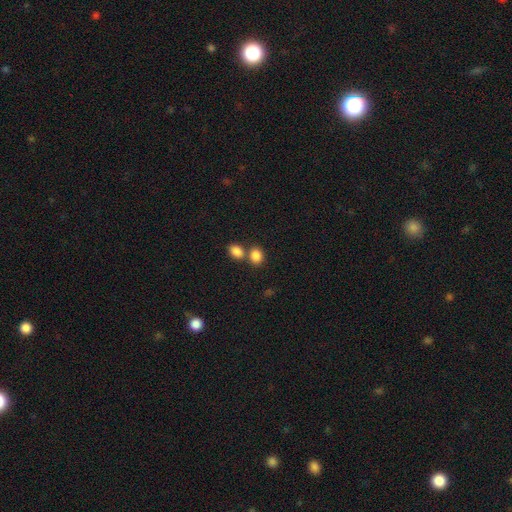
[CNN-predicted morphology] smooth-or-featured: smooth: 86% | star or artifact: 9% | featured or disk: 5%
  how-rounded: in between: 50% | round: 49% | cigar-shaped: 1%
  merging: none: 47% | merger: 41% | minor disturbance: 8% | major disturbance: 3%